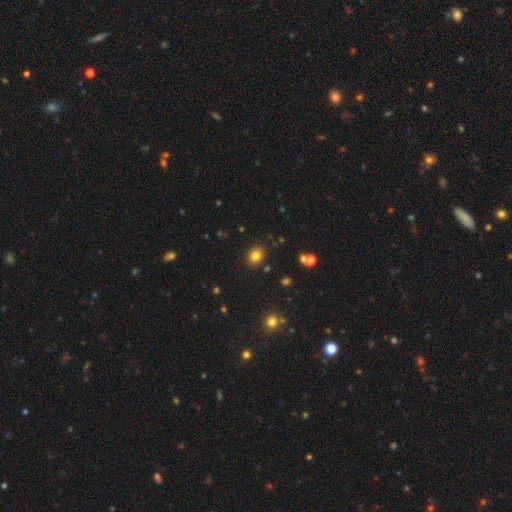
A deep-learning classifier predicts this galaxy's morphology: The model was most divided on "how rounded": in between: 52%, round: 47%, cigar-shaped: 1%. More confident: merging — none (87%); smooth or featured — smooth (81%).